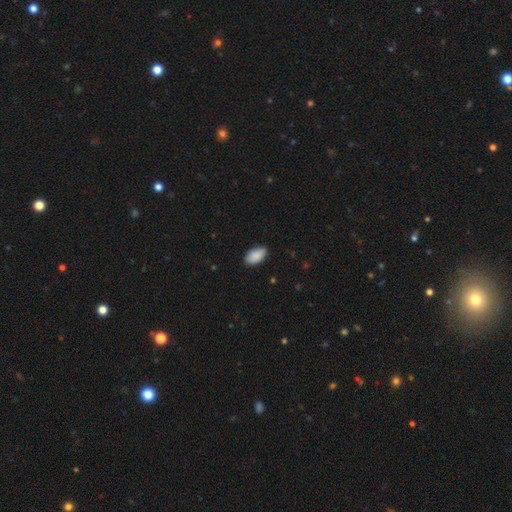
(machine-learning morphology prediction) smooth 89%, star or artifact 6%, featured or disk 4%. Down the decision tree: how rounded — in between (95%); merging — none (81%).